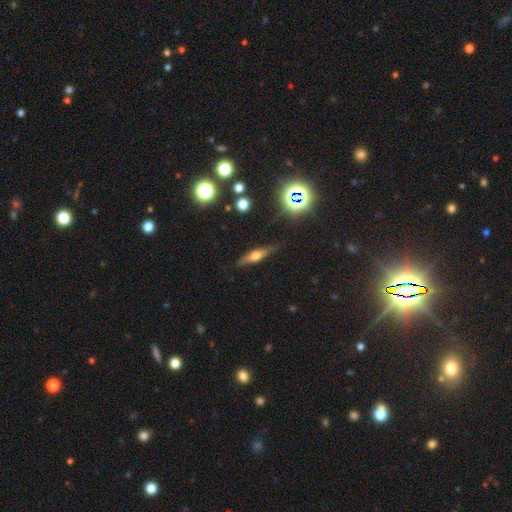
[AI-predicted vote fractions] A featured or disk galaxy (46%).

Vote fractions:
- Smooth or featured? featured or disk: 46% / smooth: 42% / star or artifact: 11%
- Merging? none: 84% / minor disturbance: 12% / major disturbance: 3% / merger: 2%